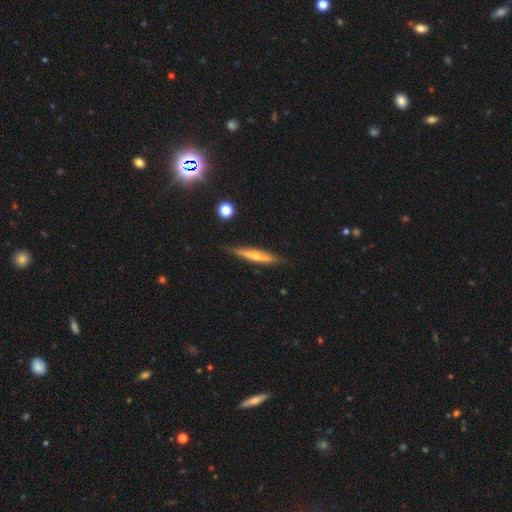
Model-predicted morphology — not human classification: This is possibly a featured or disk galaxy (60%). It is clearly viewed edge-on (94%). Edge-on bulge: likely rounded (73%). Merging: clearly none (85%).